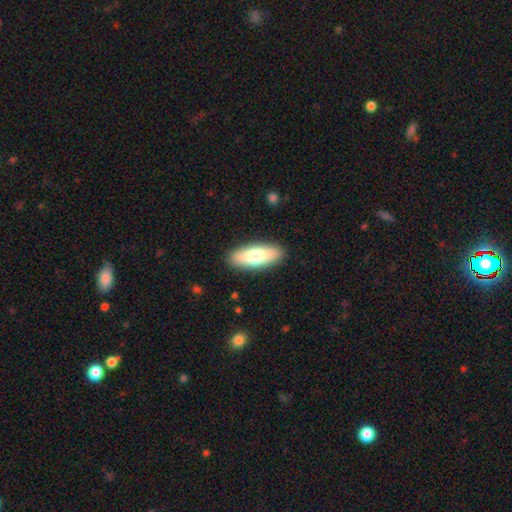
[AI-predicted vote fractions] Smooth or featured? Predicted: smooth (p=0.73). How rounded? Predicted: in between (p=0.71). Merging? Predicted: none (p=0.89).